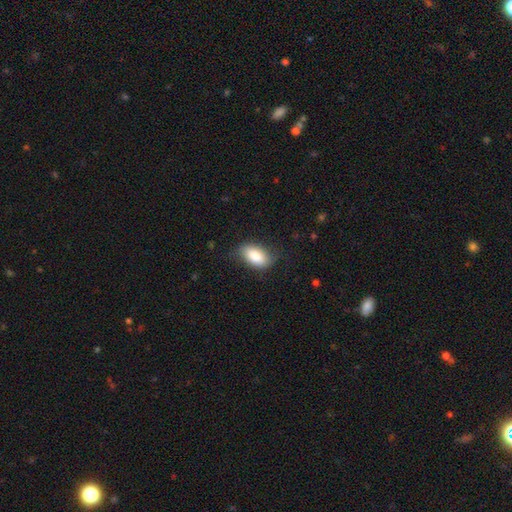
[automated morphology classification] A smooth galaxy with no disk features (82%) that is in between round and cigar-shaped (92%).

Vote fractions:
- Smooth or featured? smooth: 82% / featured or disk: 11% / star or artifact: 6%
- How rounded? in between: 92% / round: 5% / cigar-shaped: 3%
- Merging? none: 71% / minor disturbance: 22% / major disturbance: 6% / merger: 1%